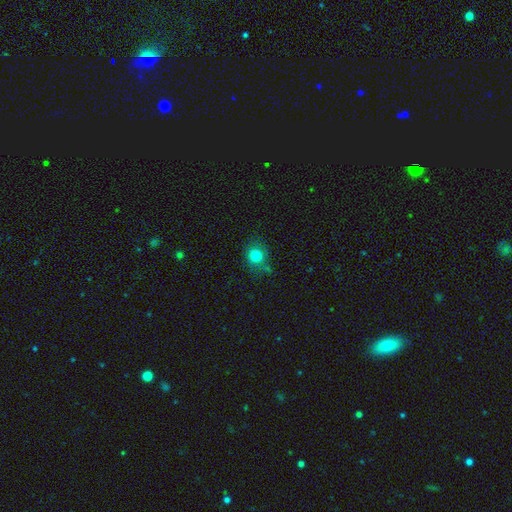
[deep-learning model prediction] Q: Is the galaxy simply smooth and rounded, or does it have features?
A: smooth — 81%.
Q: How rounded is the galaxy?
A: round — 80%.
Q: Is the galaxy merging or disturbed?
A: none — 69%.